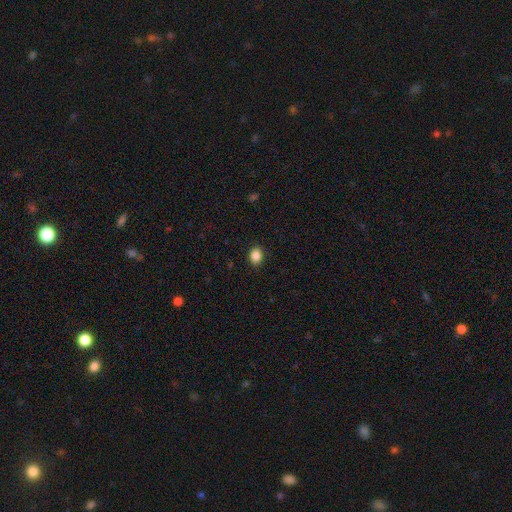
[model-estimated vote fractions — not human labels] smooth 87%, star or artifact 9%, featured or disk 3%. Down the decision tree: how rounded — in between (67%); merging — none (90%).